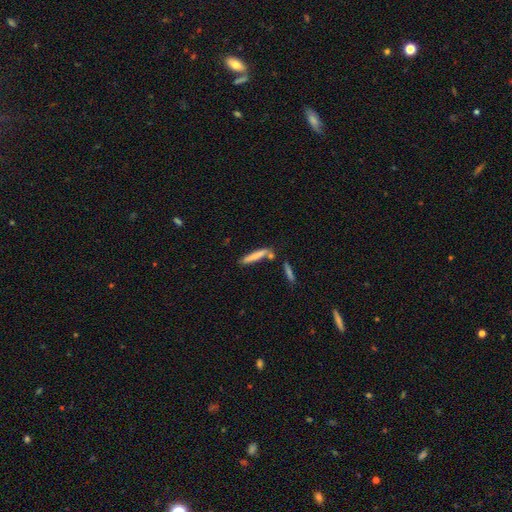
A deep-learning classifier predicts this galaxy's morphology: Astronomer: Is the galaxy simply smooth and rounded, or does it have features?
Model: smooth — 73%.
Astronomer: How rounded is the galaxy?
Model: cigar-shaped — 91%.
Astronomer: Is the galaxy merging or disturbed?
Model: none — 67%.